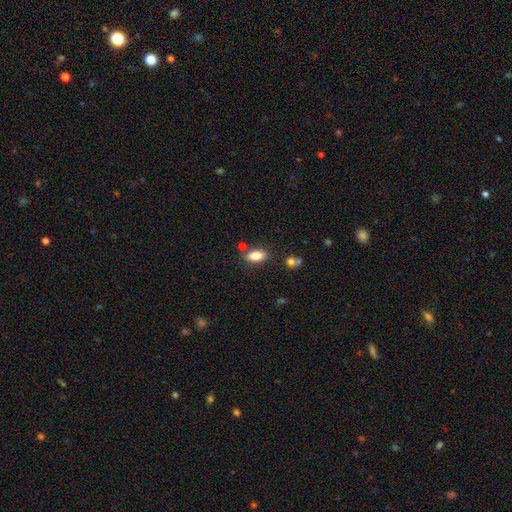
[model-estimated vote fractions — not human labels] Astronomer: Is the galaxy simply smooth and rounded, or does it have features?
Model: smooth — 85%.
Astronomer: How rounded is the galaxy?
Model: in between — 88%.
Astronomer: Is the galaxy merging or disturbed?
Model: none — 77%.